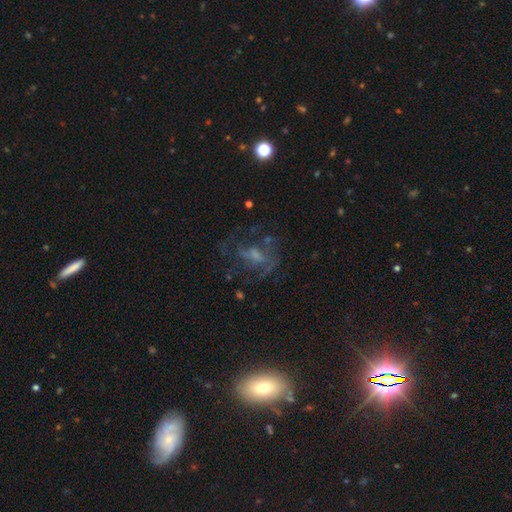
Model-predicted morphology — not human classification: smooth_or_featured: featured or disk (p=0.63) [alt: smooth p=0.19]
disk_edge_on: no (p=0.95) [alt: yes p=0.05]
bar: no (p=0.42) [tied with: weak p=0.42]
has_spiral_arms: yes (p=0.69) [alt: no p=0.31]
bulge_size: small (p=0.32) [alt: moderate p=0.31]
merging: none (p=0.51) [alt: major disturbance p=0.28]